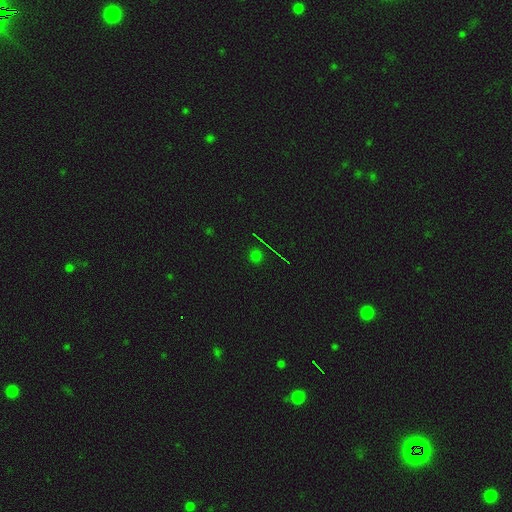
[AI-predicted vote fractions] A smooth galaxy with no disk features (51%) that is round (91%).

Vote fractions:
- Smooth or featured? smooth: 51% / star or artifact: 42% / featured or disk: 6%
- How rounded? round: 91% / in between: 7% / cigar-shaped: 2%
- Merging? none: 88% / minor disturbance: 7% / major disturbance: 3% / merger: 2%